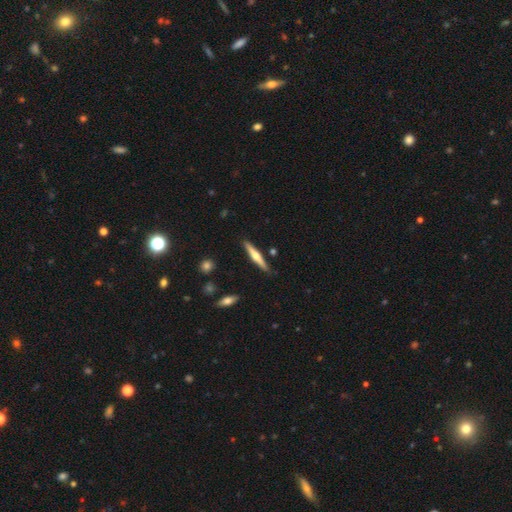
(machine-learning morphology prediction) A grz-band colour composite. It shows a featured or disk galaxy (57%) viewed edge-on (97%) with a rounded central bulge (87%). Merging: none (87%).